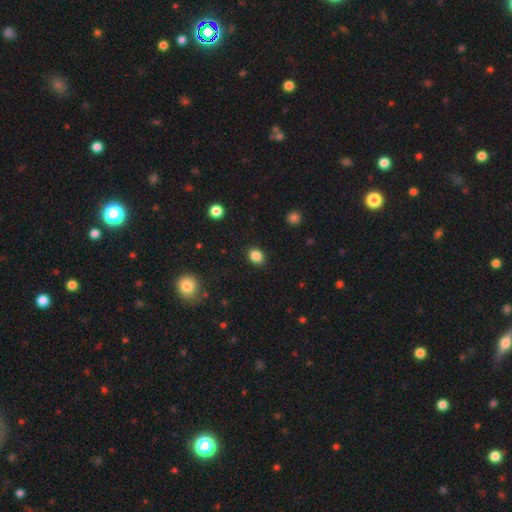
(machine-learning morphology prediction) A smooth galaxy with no disk features (85%) that is round (50%).

Vote fractions:
- Smooth or featured? smooth: 85% / star or artifact: 11% / featured or disk: 4%
- How rounded? round: 50% / in between: 49% / cigar-shaped: 1%
- Merging? none: 88% / minor disturbance: 9% / major disturbance: 2% / merger: 1%